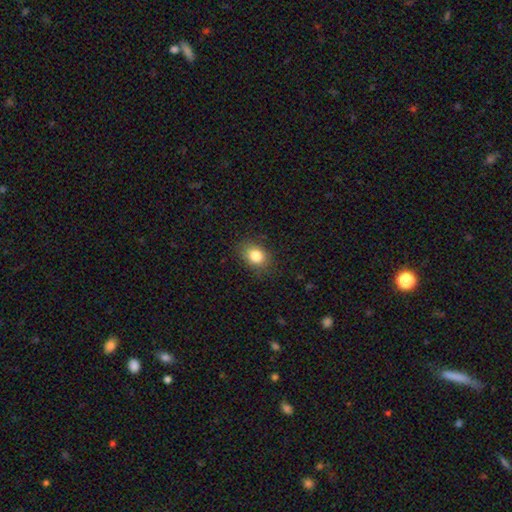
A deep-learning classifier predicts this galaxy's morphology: A smooth galaxy with no disk features (83%) that is in between round and cigar-shaped (62%).

Vote fractions:
- Smooth or featured? smooth: 83% / star or artifact: 10% / featured or disk: 7%
- How rounded? in between: 62% / round: 36% / cigar-shaped: 1%
- Merging? none: 83% / minor disturbance: 13% / major disturbance: 4% / merger: 1%